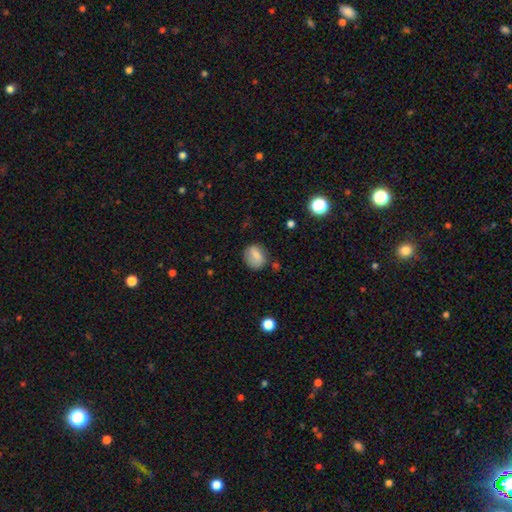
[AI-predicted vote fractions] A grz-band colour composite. It shows a smooth galaxy with no disk features (76%) that is round (49%, tied with in between). Merging: none (68%).